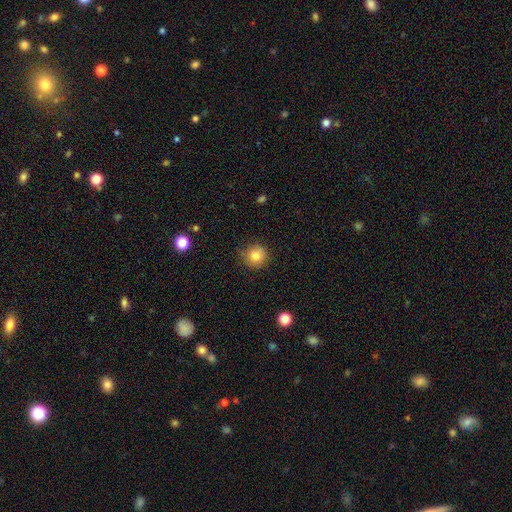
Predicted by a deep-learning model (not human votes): This appears to be a smooth galaxy with no disk features (83%) that is round (91%). Merging: none (84%).